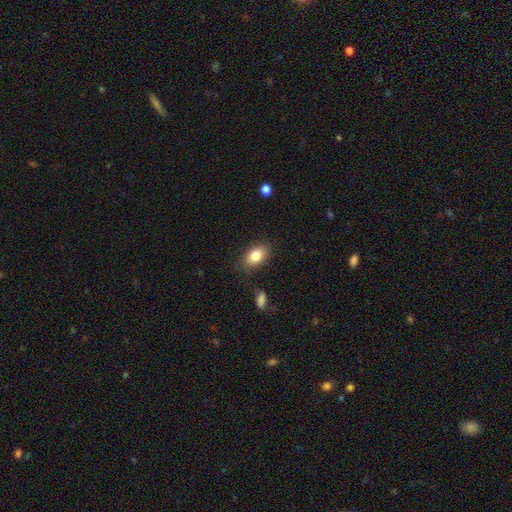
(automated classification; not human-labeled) Smooth or featured? smooth (82%)
How rounded? in between (87%)
Merging? none (83%)